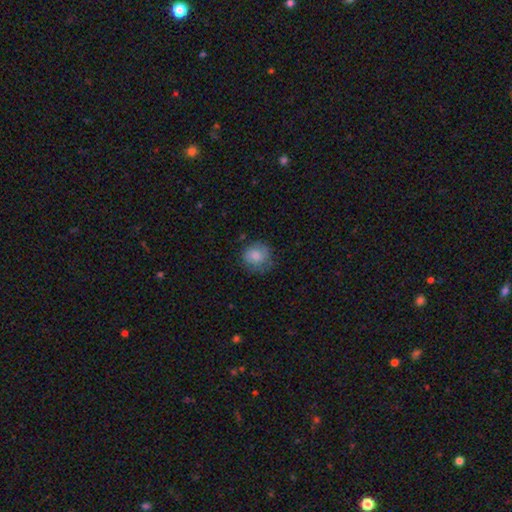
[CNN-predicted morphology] A smooth galaxy with no disk features (78%) that is round (84%).

Vote fractions:
- Smooth or featured? smooth: 78% / featured or disk: 14% / star or artifact: 8%
- How rounded? round: 84% / in between: 15% / cigar-shaped: 1%
- Merging? none: 67% / minor disturbance: 23% / major disturbance: 8% / merger: 2%